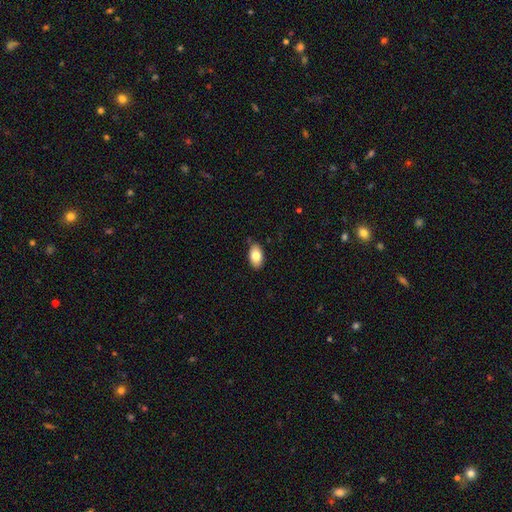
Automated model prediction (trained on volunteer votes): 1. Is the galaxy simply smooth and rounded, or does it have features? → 80% smooth, 13% featured or disk, 7% star or artifact.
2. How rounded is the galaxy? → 93% in between, 6% round, 2% cigar-shaped.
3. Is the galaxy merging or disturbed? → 84% none, 13% minor disturbance, 2% major disturbance, 1% merger.